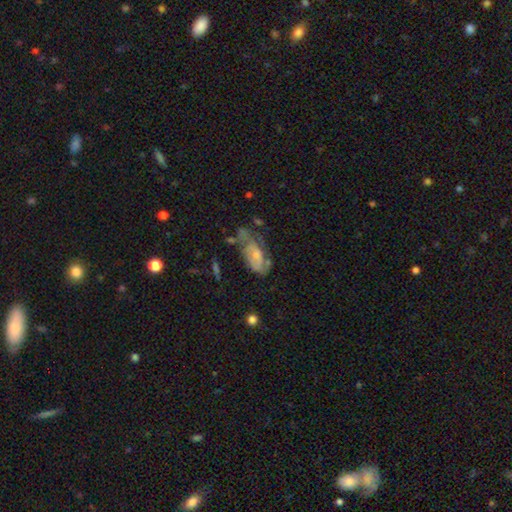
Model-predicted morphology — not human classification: smooth-or-featured: featured or disk: 57% | smooth: 35% | star or artifact: 8%
  disk-edge-on: no: 93% | yes: 7%
    bar: no: 71% | weak: 25% | strong: 5%
    has-spiral-arms: yes: 66% | no: 34%
    bulge-size: small: 49% | moderate: 39% | none: 6% | large: 4% | dominant: 1%
  merging: none: 32% | minor disturbance: 30% | major disturbance: 29% | merger: 9%